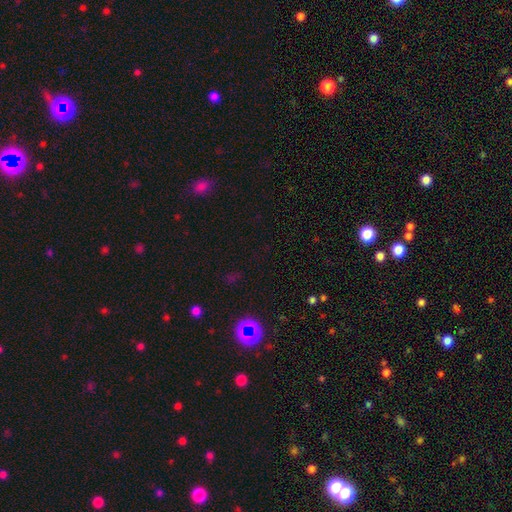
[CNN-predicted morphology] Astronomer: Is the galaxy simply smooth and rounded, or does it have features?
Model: star or artifact — 70%.